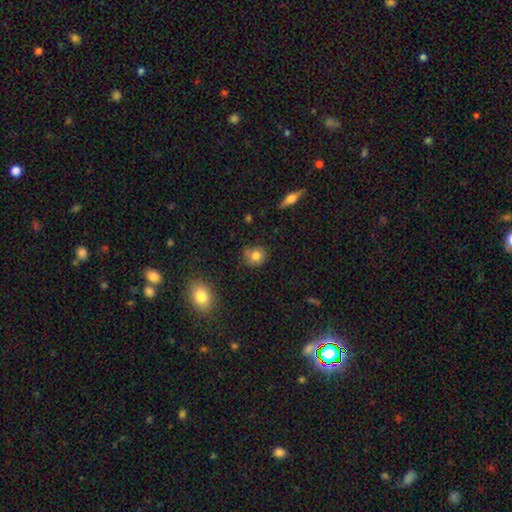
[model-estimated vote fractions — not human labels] smooth 80%, star or artifact 11%, featured or disk 9%. Down the decision tree: how rounded — round (79%); merging — none (70%).